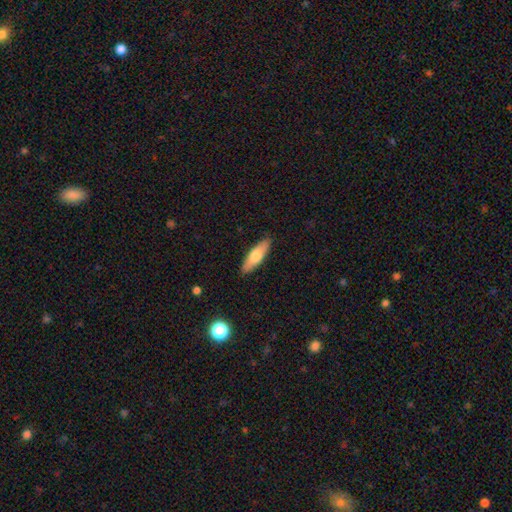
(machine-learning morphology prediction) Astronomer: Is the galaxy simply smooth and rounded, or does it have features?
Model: smooth — 70%.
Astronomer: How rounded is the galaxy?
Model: cigar-shaped — 52% (runner-up: in between, 46%).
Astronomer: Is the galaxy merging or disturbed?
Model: none — 89%.